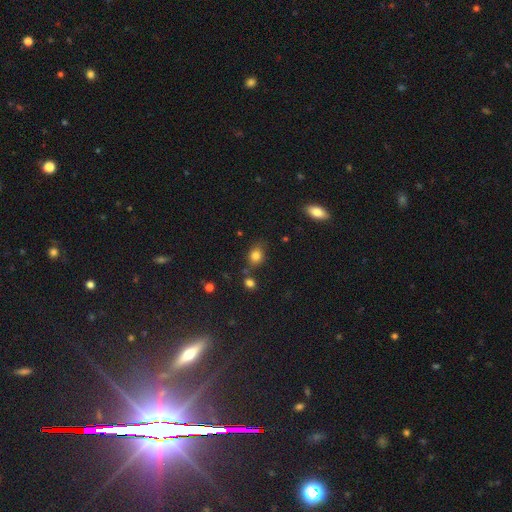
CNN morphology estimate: This is clearly a smooth galaxy (81%). How rounded: possibly in between (50%). Merging: likely none (70%).